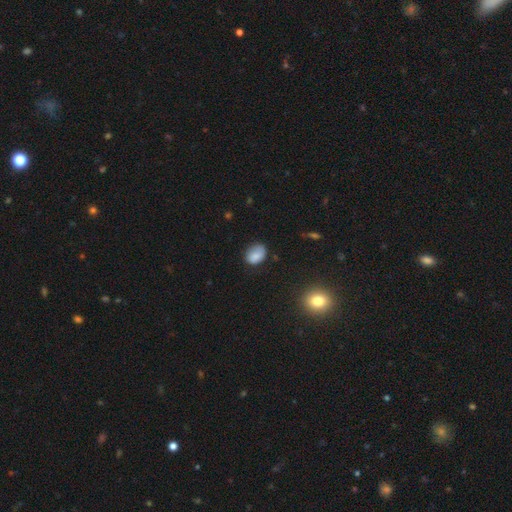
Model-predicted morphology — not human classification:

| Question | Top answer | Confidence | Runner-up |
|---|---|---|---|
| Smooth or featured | smooth | 82% | star or artifact (9%) |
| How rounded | in between | 68% | round (31%) |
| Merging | none | 63% | minor disturbance (28%) |